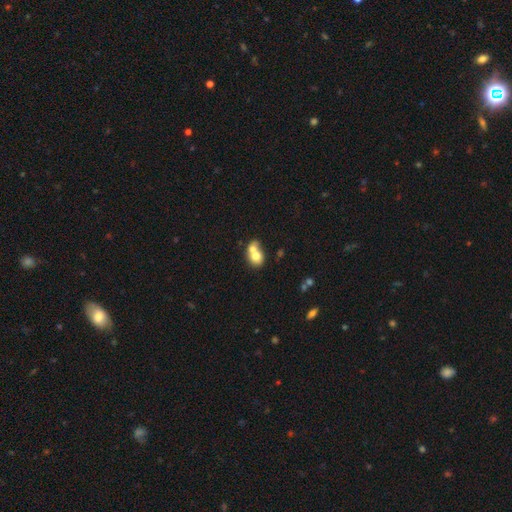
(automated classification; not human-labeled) smooth-or-featured: smooth: 69% | featured or disk: 22% | star or artifact: 9%
  how-rounded: round: 53% | in between: 45% | cigar-shaped: 1%
  merging: merger: 71% | none: 19% | minor disturbance: 6% | major disturbance: 4%